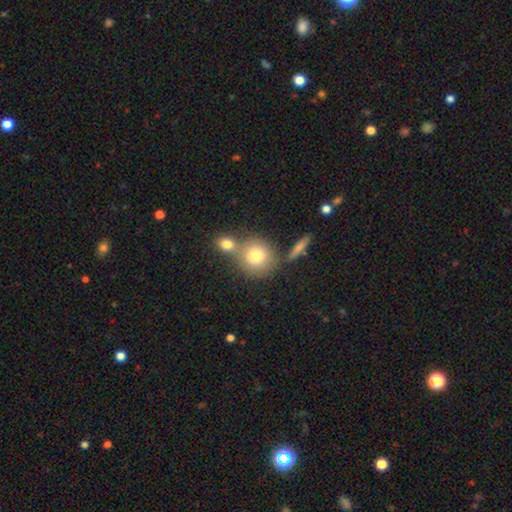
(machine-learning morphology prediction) smooth 78%, featured or disk 13%, star or artifact 10%. Down the decision tree: how rounded — round (86%); merging — none (53%).